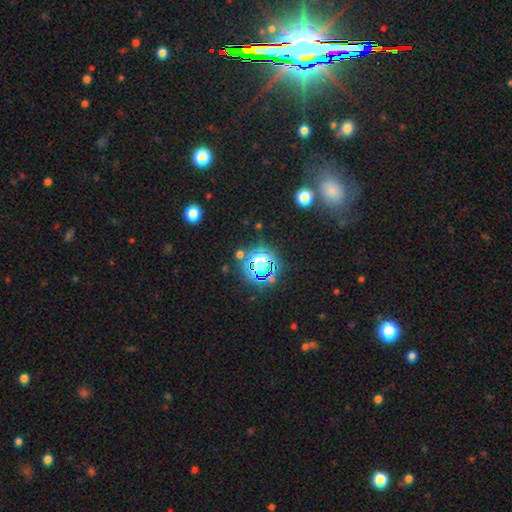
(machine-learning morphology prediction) The model was most divided on "smooth or featured": star or artifact: 68%, smooth: 23%, featured or disk: 9%.